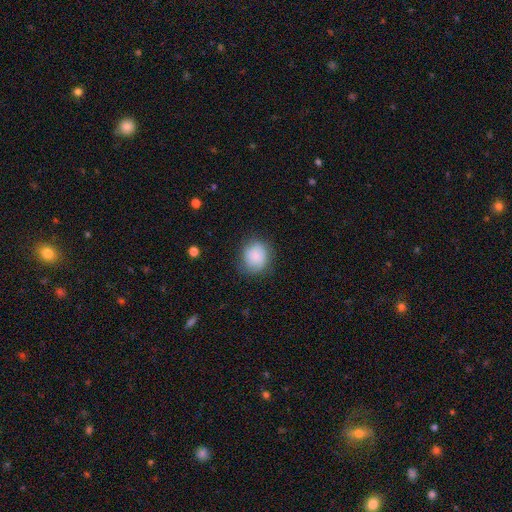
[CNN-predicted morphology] smooth_or_featured: smooth (p=0.82) [alt: featured or disk p=0.11]
how_rounded: round (p=0.72) [alt: in between p=0.27]
merging: none (p=0.72) [alt: minor disturbance p=0.20]